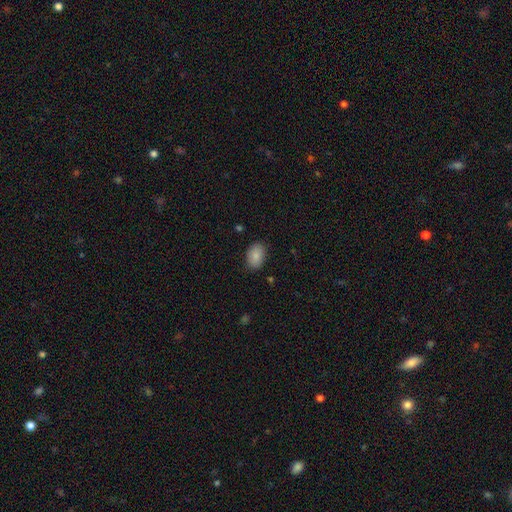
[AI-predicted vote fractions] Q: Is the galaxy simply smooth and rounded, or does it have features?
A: smooth — 87%.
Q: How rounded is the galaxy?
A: in between — 86%.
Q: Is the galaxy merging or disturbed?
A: none — 85%.